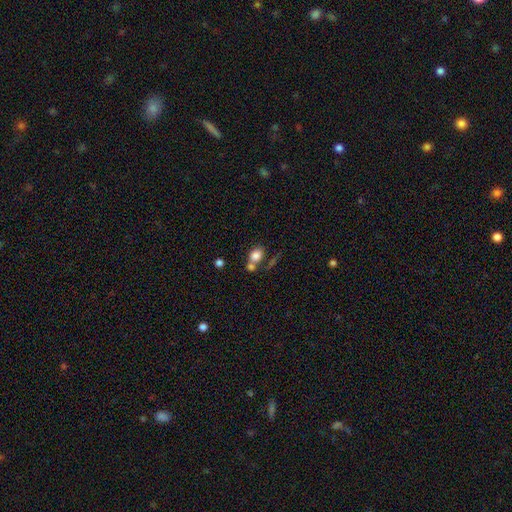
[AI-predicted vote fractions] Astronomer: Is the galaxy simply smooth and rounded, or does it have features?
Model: smooth — 80%.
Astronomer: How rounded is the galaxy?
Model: in between — 58% (runner-up: round, 40%).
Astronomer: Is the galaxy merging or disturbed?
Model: none — 43% (runner-up: merger, 38%).